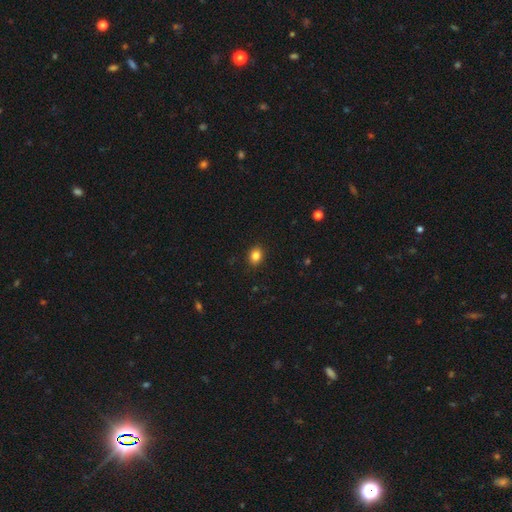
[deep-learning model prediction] Overall: smooth (85%). How rounded: in between (52%; round 47%). Merging: none (90%).